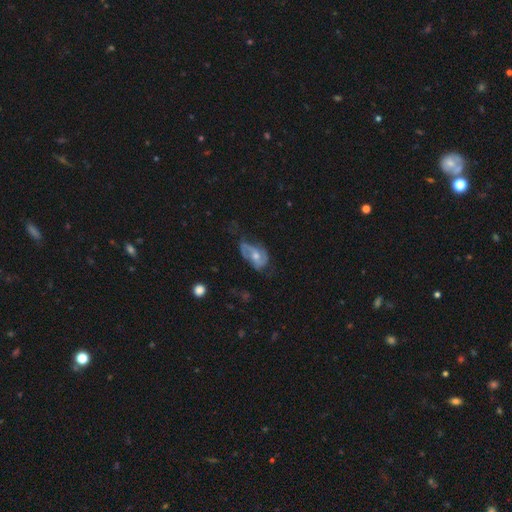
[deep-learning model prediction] A featured or disk galaxy (62%) with no bar (61%), spiral arms (72%) and a moderate central bulge (62%). Merging: none (36%).